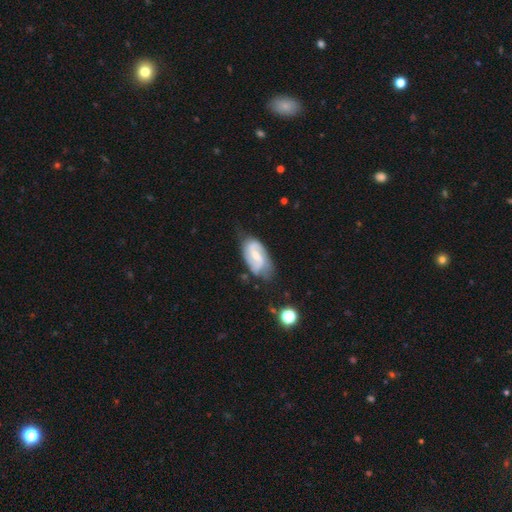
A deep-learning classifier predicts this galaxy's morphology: The model was most divided on "bulge size": small: 48%, moderate: 40%, none: 8%, large: 3%, dominant: 1%. Remaining: edge-on disk — no (97%); spiral arms — yes (94%); spiral arm count — 2 (87%); smooth or featured — featured or disk (80%); merging — none (66%); bar — weak (53%); spiral winding — medium (47%).